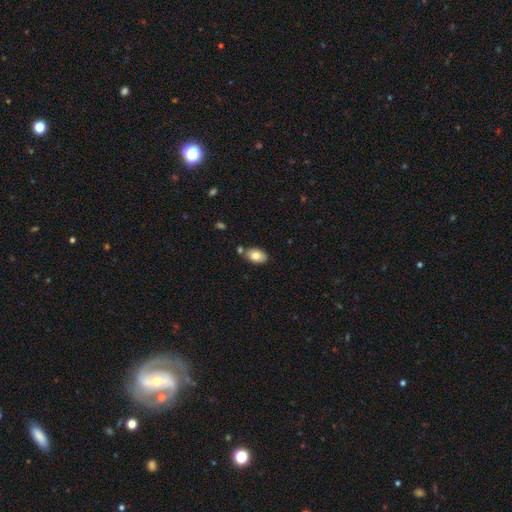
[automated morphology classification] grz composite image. It shows a smooth galaxy with no disk features (79%) that is in between round and cigar-shaped (90%). Merging: none (76%).